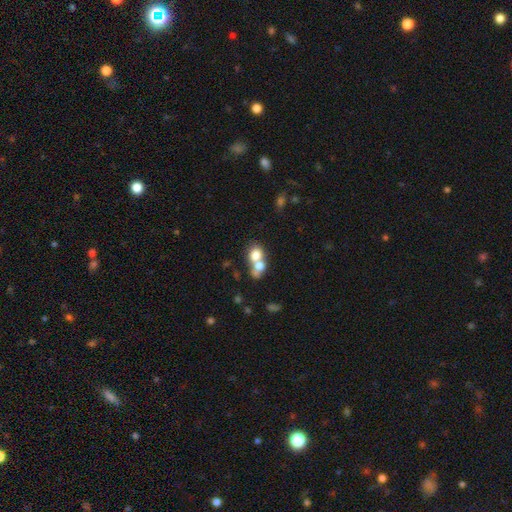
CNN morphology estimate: Smooth or featured: smooth — 70% (featured or disk — 20%)
How rounded: round — 56% (in between — 42%)
Merging: merger — 64% (none — 25%)